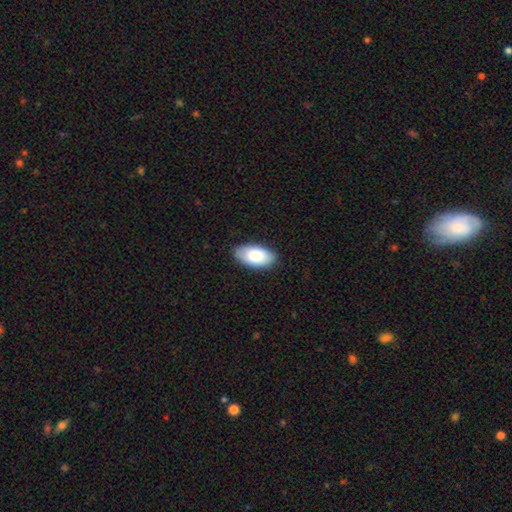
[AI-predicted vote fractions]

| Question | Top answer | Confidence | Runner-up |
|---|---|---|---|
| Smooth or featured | smooth | 82% | featured or disk (13%) |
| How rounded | in between | 95% | cigar-shaped (3%) |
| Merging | none | 86% | minor disturbance (11%) |